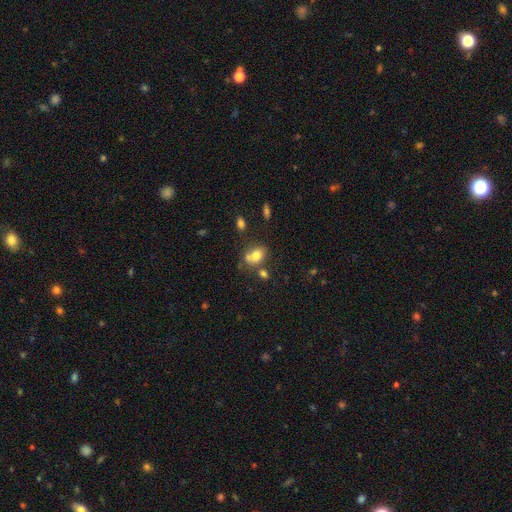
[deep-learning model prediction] smooth-or-featured: smooth: 76% | featured or disk: 13% | star or artifact: 11%
  how-rounded: in between: 69% | round: 30% | cigar-shaped: 1%
  merging: none: 52% | merger: 25% | minor disturbance: 17% | major disturbance: 6%